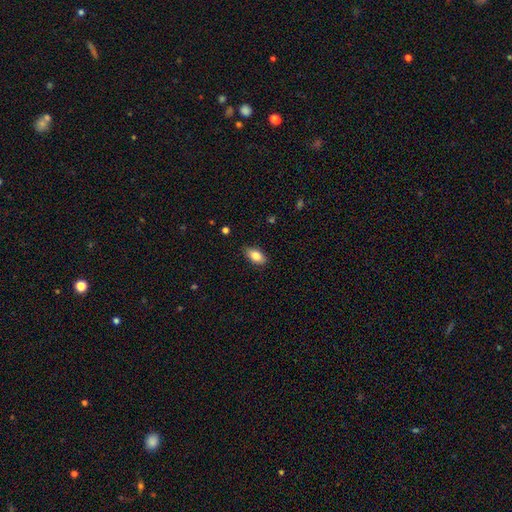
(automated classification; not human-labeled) Q: Smooth or featured?
A: smooth (84%); runner-up: featured or disk (9%)
Q: How rounded?
A: in between (90%); runner-up: round (5%)
Q: Merging?
A: none (84%); runner-up: minor disturbance (12%)